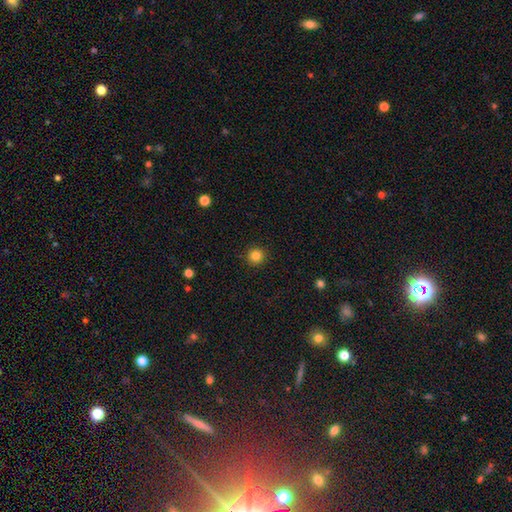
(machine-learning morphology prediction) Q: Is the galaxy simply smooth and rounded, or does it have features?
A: smooth — 84%.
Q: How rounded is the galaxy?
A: round — 95%.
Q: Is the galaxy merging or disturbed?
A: none — 92%.